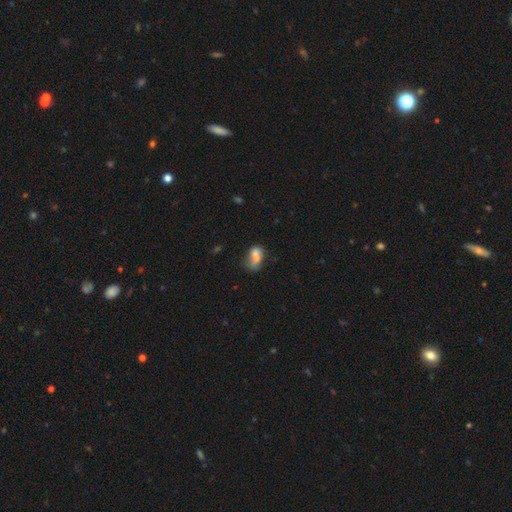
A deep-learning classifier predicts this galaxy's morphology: A smooth galaxy with no disk features (69%) that is in between round and cigar-shaped (79%). Merging: merger (36%).